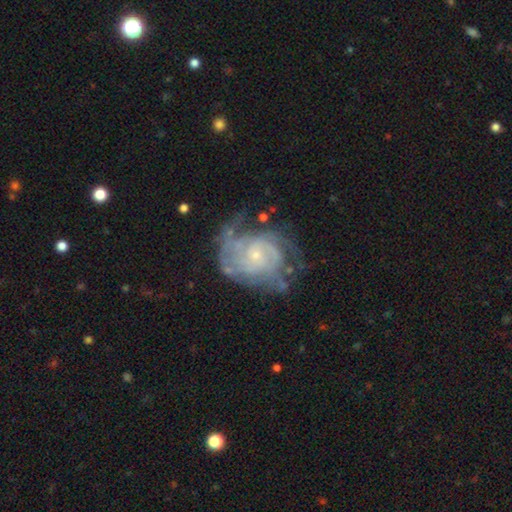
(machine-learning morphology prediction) Smooth or featured?
  - featured or disk: 86% *
  - smooth: 8%
  - star or artifact: 6%
Edge-on disk?
  - no: 98% *
  - yes: 2%
Bar?
  - no: 72% *
  - weak: 24%
  - strong: 4%
Spiral arms?
  - yes: 94% *
  - no: 6%
Spiral winding?
  - tight: 57% *
  - medium: 33%
  - loose: 10%
Spiral arm count?
  - can't tell: 31% *
  - 2: 29%
  - 3: 19%
  - 4: 10%
  - 1: 6%
  - more than 4: 6%
Bulge size?
  - small: 78% *
  - moderate: 16%
  - none: 3%
  - large: 1%
  - dominant: 1%
Merging?
  - none: 55% *
  - minor disturbance: 23%
  - major disturbance: 19%
  - merger: 3%